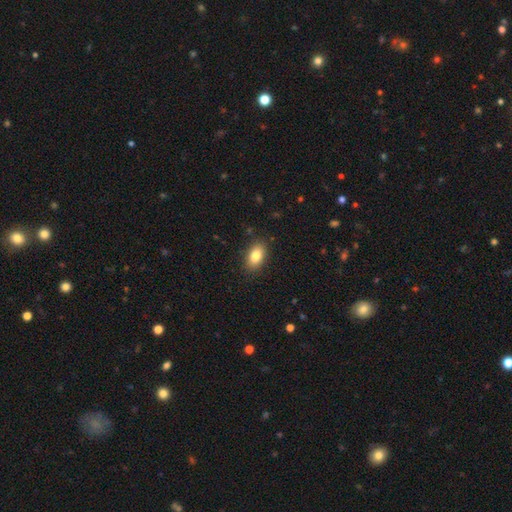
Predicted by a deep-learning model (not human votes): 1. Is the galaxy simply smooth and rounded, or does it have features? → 84% smooth, 8% featured or disk, 8% star or artifact.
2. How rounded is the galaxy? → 90% in between, 7% round, 2% cigar-shaped.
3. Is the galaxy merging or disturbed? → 88% none, 9% minor disturbance, 2% major disturbance, 1% merger.